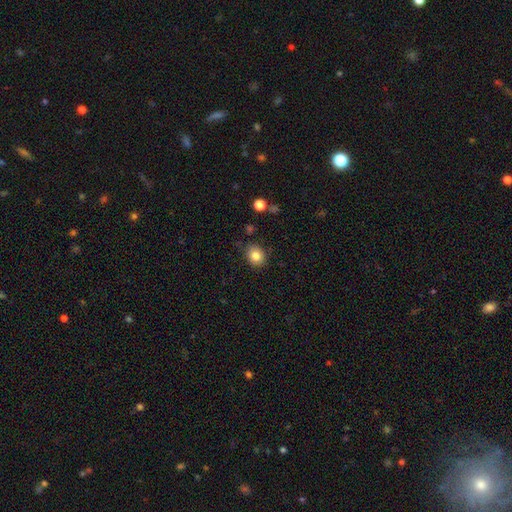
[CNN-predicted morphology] Smooth or featured? smooth (83%)
How rounded? round (65%)
Merging? none (83%)